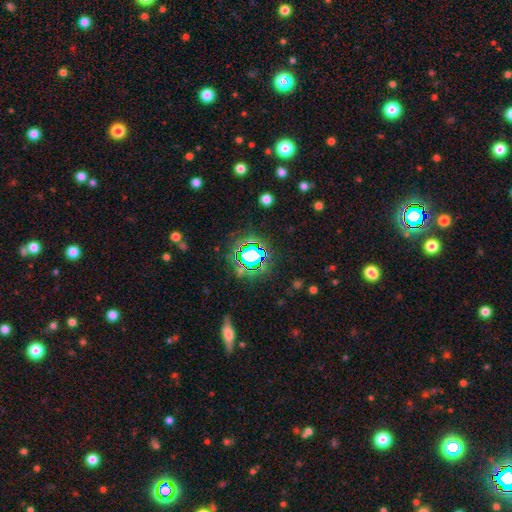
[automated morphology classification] The model was most divided on "smooth or featured": star or artifact: 72%, smooth: 18%, featured or disk: 10%.